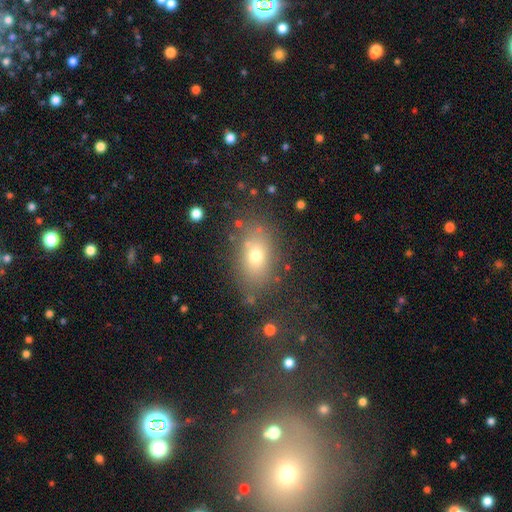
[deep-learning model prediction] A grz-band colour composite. It shows a smooth galaxy with no disk features (70%) that is in between round and cigar-shaped (78%). Merging: none (78%).